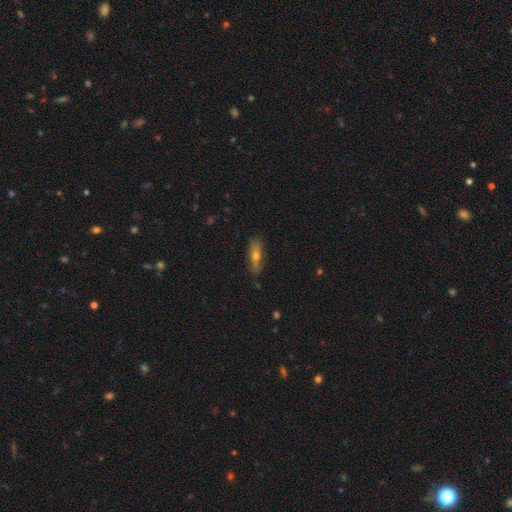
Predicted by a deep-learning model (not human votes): Smooth or featured? Predicted: smooth (p=0.52). How rounded? Predicted: cigar-shaped (p=0.57). Merging? Predicted: none (p=0.84).